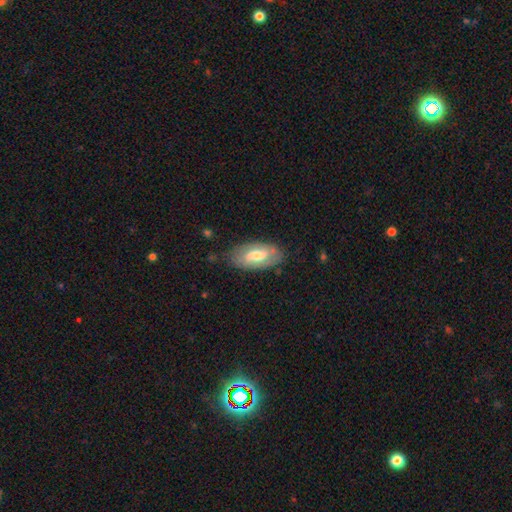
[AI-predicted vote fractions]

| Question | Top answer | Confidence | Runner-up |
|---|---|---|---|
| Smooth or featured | featured or disk | 48% | smooth (47%) |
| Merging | none | 74% | minor disturbance (20%) |